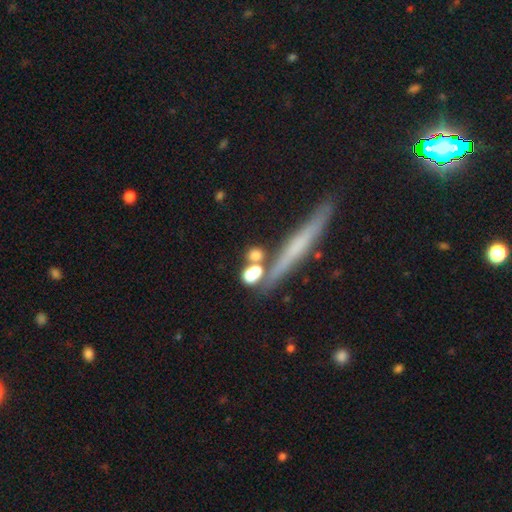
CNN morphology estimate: Q: Smooth or featured?
A: smooth (69%); runner-up: featured or disk (18%)
Q: How rounded?
A: round (58%); runner-up: in between (23%)
Q: Merging?
A: none (61%); runner-up: merger (22%)